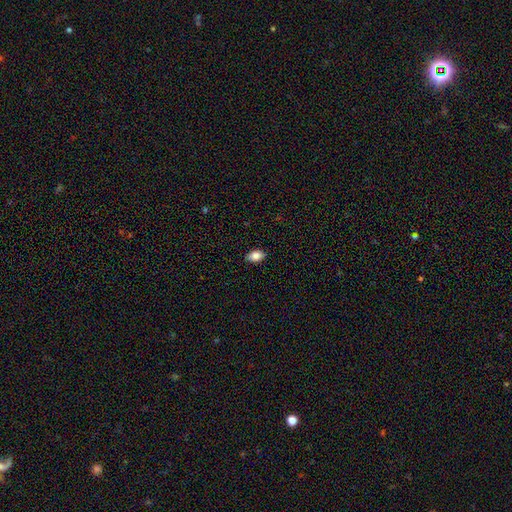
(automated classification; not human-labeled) A smooth galaxy with no disk features (84%) that is in between round and cigar-shaped (90%). Merging: none (88%).